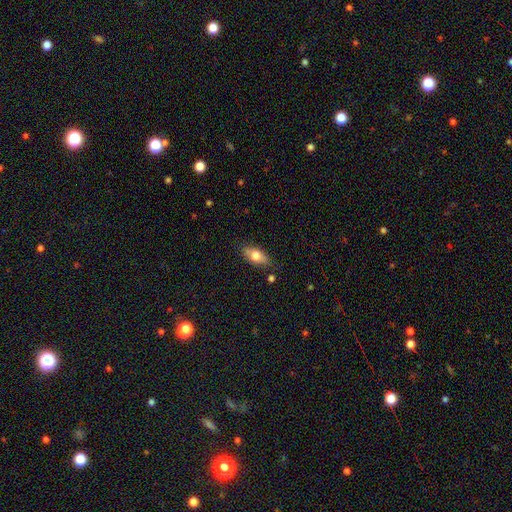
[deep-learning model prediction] Q: Smooth or featured?
A: smooth (69%); runner-up: featured or disk (24%)
Q: How rounded?
A: in between (82%); runner-up: cigar-shaped (13%)
Q: Merging?
A: none (79%); runner-up: minor disturbance (15%)